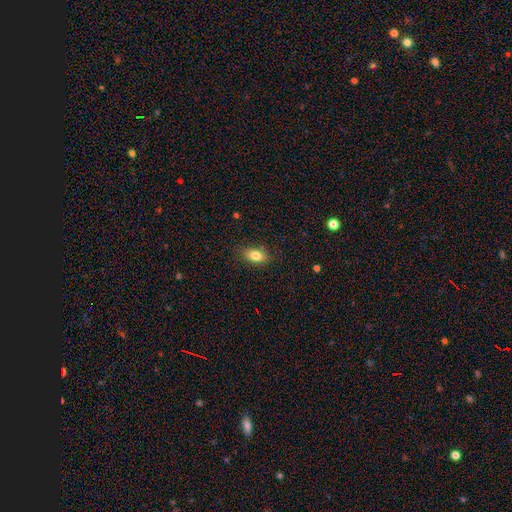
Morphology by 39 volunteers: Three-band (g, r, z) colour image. It shows a smooth galaxy with no disk features (82%) that is in between round and cigar-shaped (84%). Merging: none (97%).